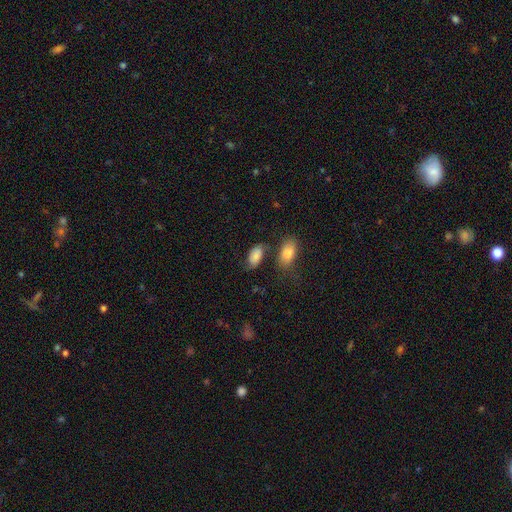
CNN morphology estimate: Smooth or featured?
  - smooth: 79% *
  - featured or disk: 12%
  - star or artifact: 9%
How rounded?
  - in between: 93% *
  - round: 5%
  - cigar-shaped: 2%
Merging?
  - none: 57% *
  - minor disturbance: 21%
  - merger: 14%
  - major disturbance: 8%